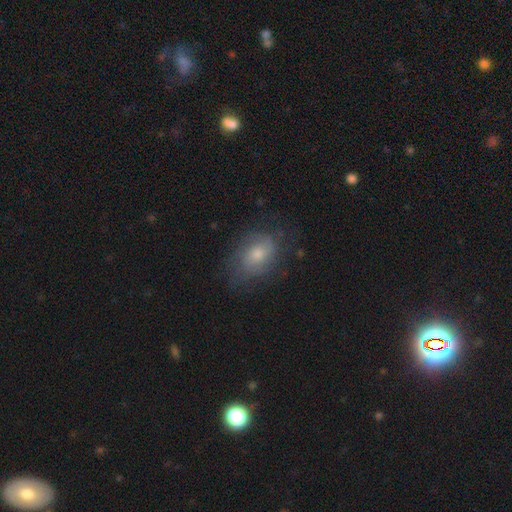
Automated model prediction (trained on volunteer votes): Smooth or featured? Predicted: smooth (p=0.47). Merging? Predicted: none (p=0.65).